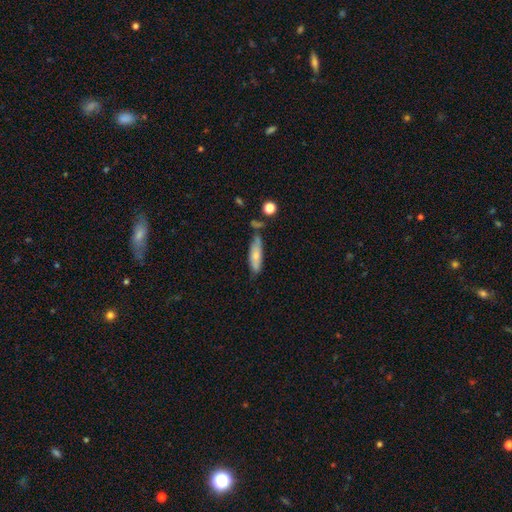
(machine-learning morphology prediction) This is likely a smooth galaxy (67%). How rounded: likely cigar-shaped (62%). Merging: possibly none (60%).